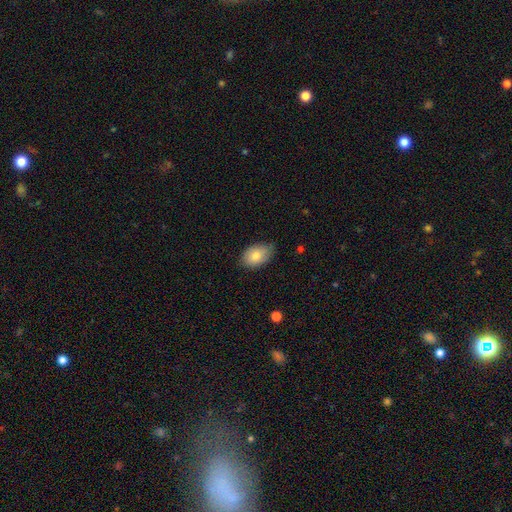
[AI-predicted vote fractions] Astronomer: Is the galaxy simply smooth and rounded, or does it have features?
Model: smooth — 82%.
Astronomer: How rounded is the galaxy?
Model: in between — 89%.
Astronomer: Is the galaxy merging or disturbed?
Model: none — 74%.